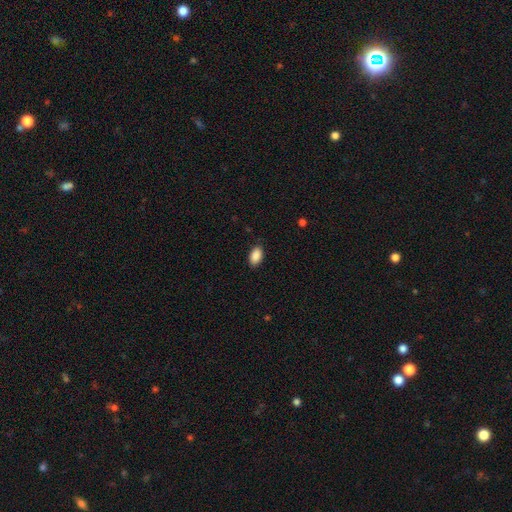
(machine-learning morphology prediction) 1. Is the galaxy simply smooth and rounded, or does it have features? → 89% smooth, 7% star or artifact, 4% featured or disk.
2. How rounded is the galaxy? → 94% in between, 4% round, 2% cigar-shaped.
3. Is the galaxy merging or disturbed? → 87% none, 10% minor disturbance, 2% major disturbance, 1% merger.